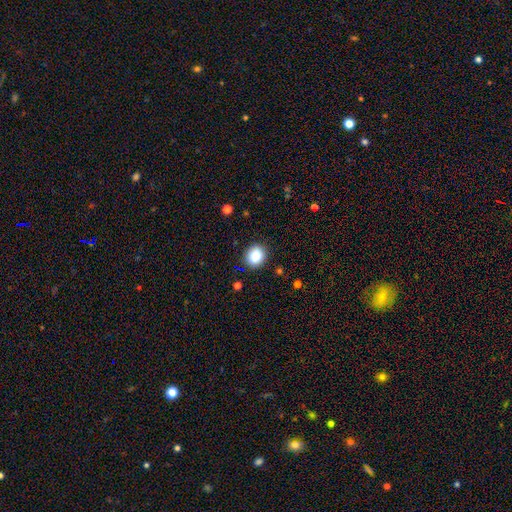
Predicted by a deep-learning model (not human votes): Overall: smooth (83%). How rounded: round (66%; in between 33%). Merging: none (89%).